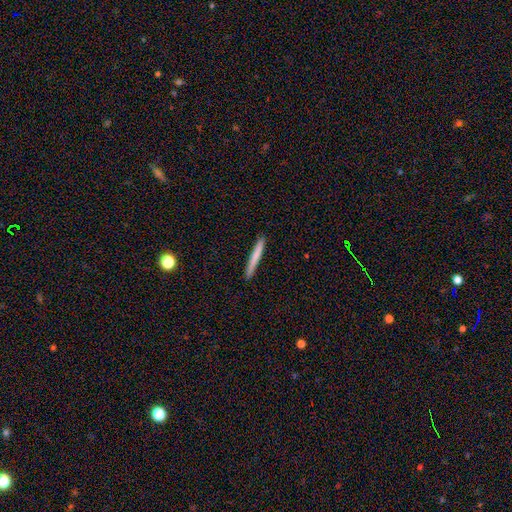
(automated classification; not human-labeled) Morphology: type=smooth (73%); roundness=cigar-shaped (97%); merging=none (90%).